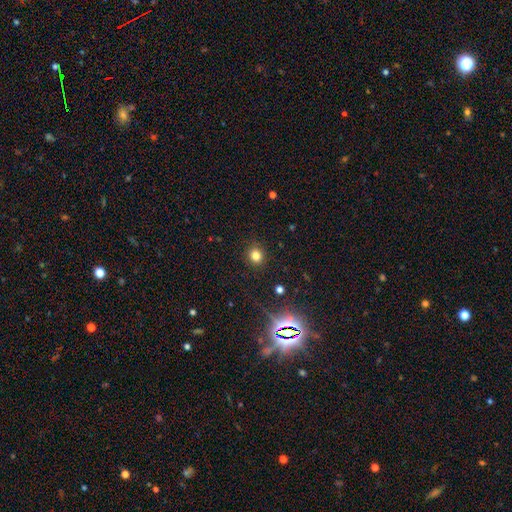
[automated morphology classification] Q: Smooth or featured?
A: smooth (77%); runner-up: star or artifact (17%)
Q: How rounded?
A: round (85%); runner-up: in between (14%)
Q: Merging?
A: none (89%); runner-up: minor disturbance (7%)